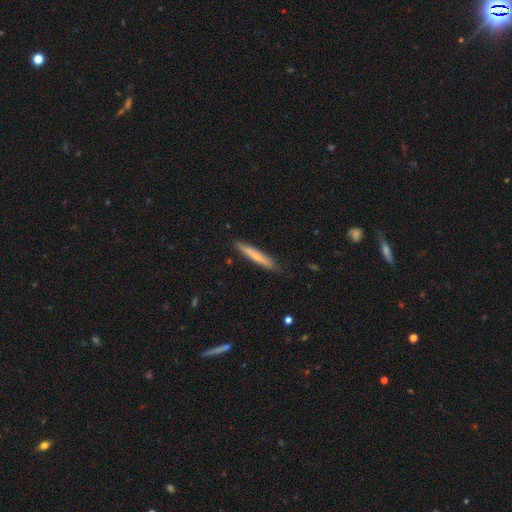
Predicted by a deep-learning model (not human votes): Overall: smooth (63%; featured or disk 32%). How rounded: cigar-shaped (94%). Merging: none (86%).